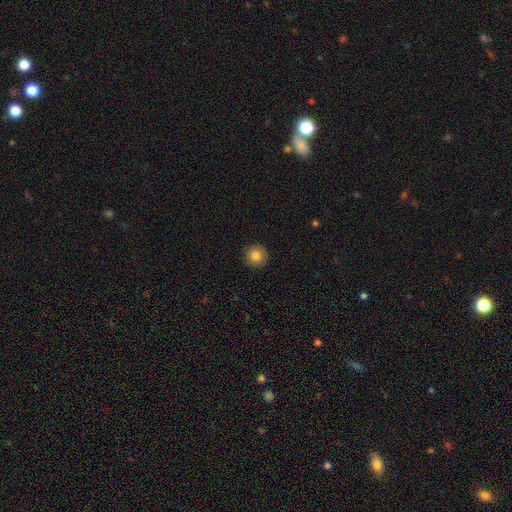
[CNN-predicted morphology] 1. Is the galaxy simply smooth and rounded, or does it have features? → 82% smooth, 10% star or artifact, 9% featured or disk.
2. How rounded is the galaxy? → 95% round, 4% in between, 1% cigar-shaped.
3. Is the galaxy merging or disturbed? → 89% none, 8% minor disturbance, 2% major disturbance, 1% merger.